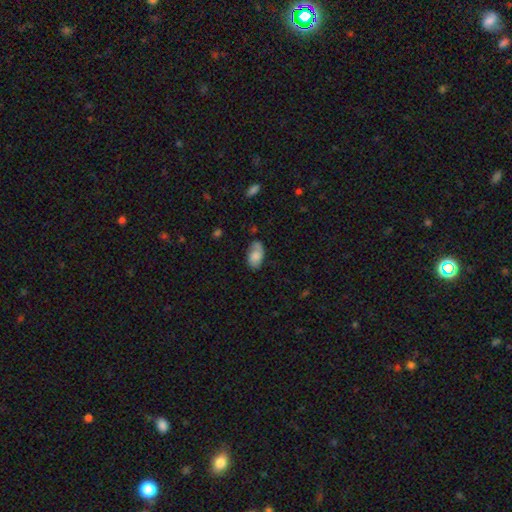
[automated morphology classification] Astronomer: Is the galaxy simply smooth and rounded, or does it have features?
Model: smooth — 67%.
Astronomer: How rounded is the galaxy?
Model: in between — 93%.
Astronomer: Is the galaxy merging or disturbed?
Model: none — 66%.